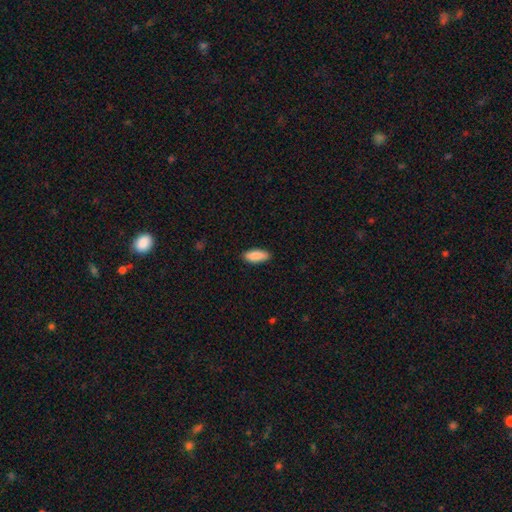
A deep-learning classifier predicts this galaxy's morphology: Smooth or featured?
  - smooth: 89% *
  - star or artifact: 6%
  - featured or disk: 5%
How rounded?
  - in between: 77% *
  - cigar-shaped: 21%
  - round: 2%
Merging?
  - none: 88% *
  - minor disturbance: 9%
  - major disturbance: 2%
  - merger: 1%